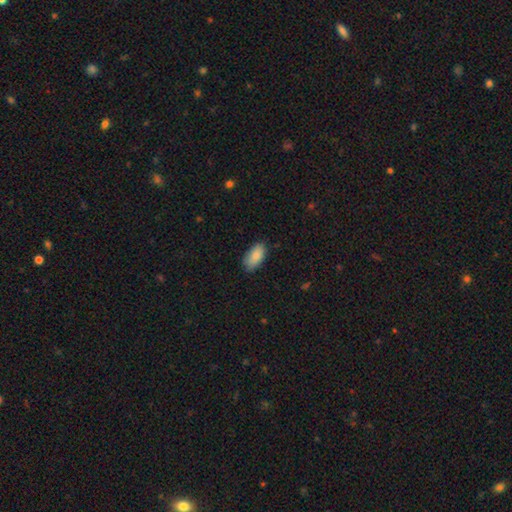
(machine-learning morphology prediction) Smooth or featured?
  - smooth: 87% *
  - star or artifact: 7%
  - featured or disk: 6%
How rounded?
  - in between: 92% *
  - cigar-shaped: 5%
  - round: 2%
Merging?
  - none: 80% *
  - minor disturbance: 16%
  - major disturbance: 3%
  - merger: 1%